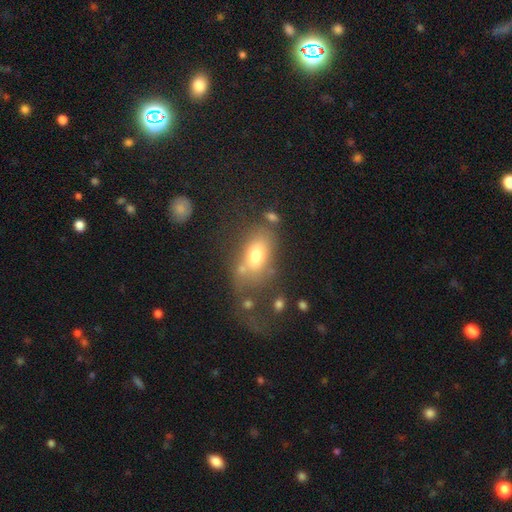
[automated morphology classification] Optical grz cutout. It shows a smooth galaxy with no disk features (68%) that is in between round and cigar-shaped (86%). Merging: none (41%).